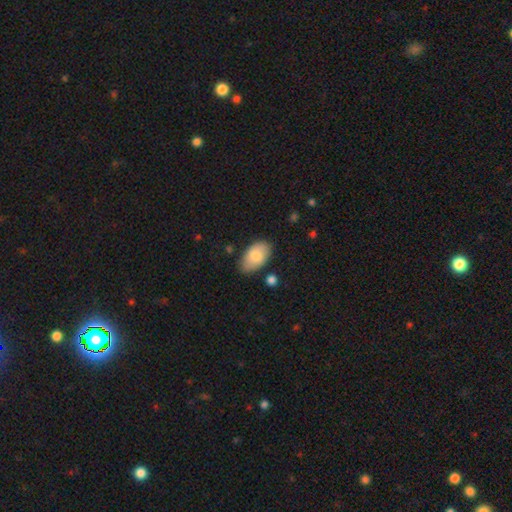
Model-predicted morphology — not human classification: A smooth galaxy with no disk features (78%) that is in between round and cigar-shaped (94%).

Vote fractions:
- Smooth or featured? smooth: 78% / featured or disk: 16% / star or artifact: 6%
- How rounded? in between: 94% / round: 5% / cigar-shaped: 1%
- Merging? none: 76% / minor disturbance: 17% / major disturbance: 3% / merger: 3%